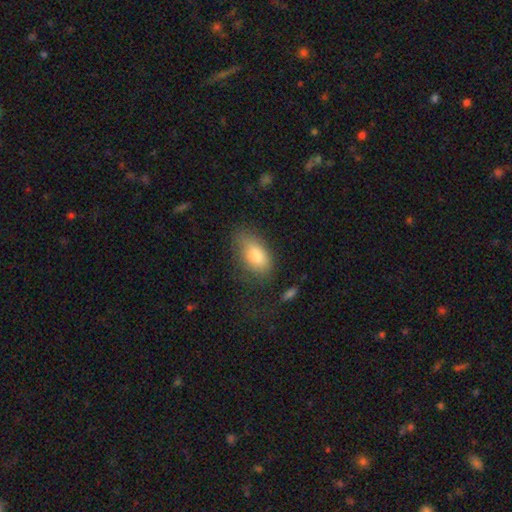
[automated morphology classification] A smooth galaxy with no disk features (80%) that is in between round and cigar-shaped (91%). Merging: none (60%).